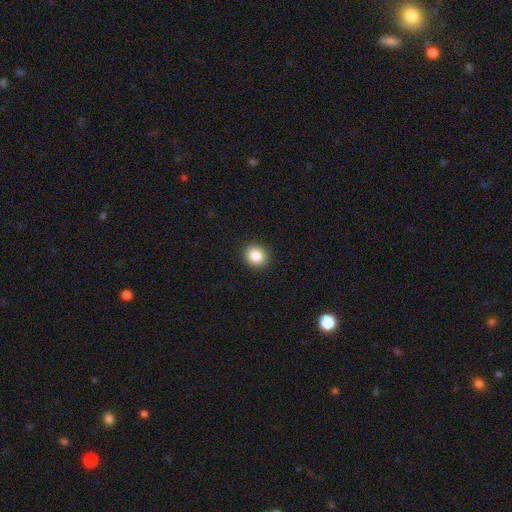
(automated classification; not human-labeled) Morphology: type=smooth (86%); roundness=round (73%); merging=none (91%).